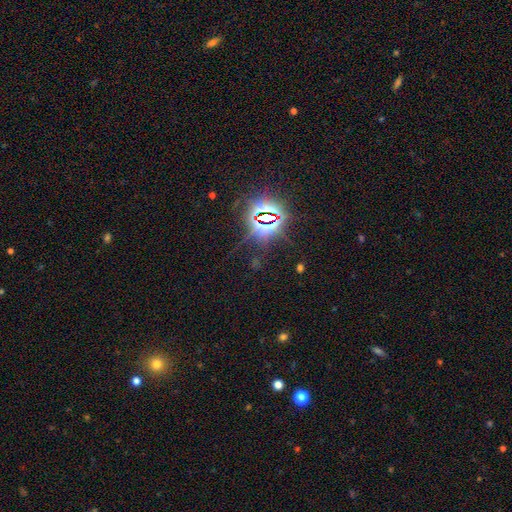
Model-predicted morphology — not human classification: smooth_or_featured: star or artifact (p=0.82) [alt: smooth p=0.11]